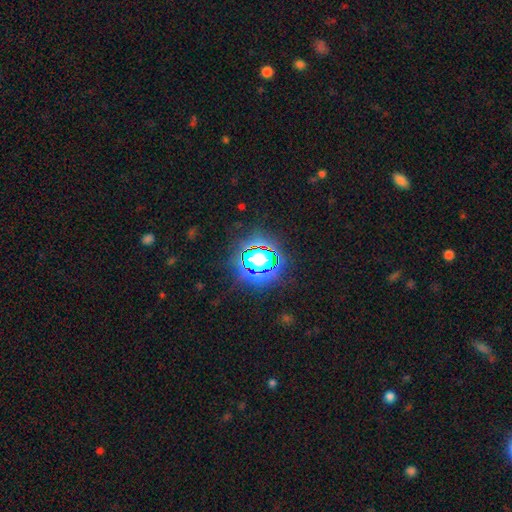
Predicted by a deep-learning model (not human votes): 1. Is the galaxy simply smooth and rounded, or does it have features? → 78% star or artifact, 14% smooth, 8% featured or disk.